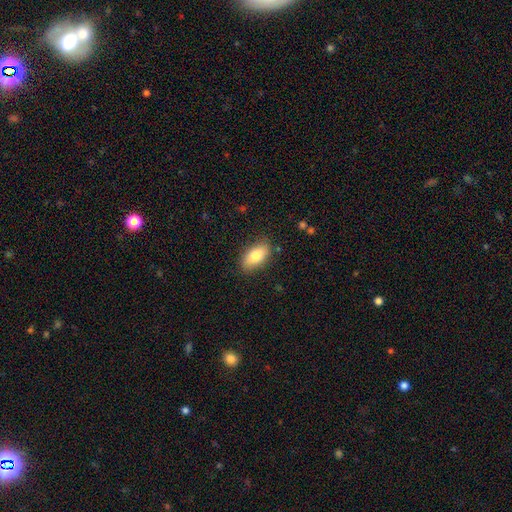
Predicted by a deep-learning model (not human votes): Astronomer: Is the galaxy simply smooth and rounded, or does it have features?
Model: smooth — 80%.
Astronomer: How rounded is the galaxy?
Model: in between — 88%.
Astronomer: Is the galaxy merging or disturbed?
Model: none — 85%.